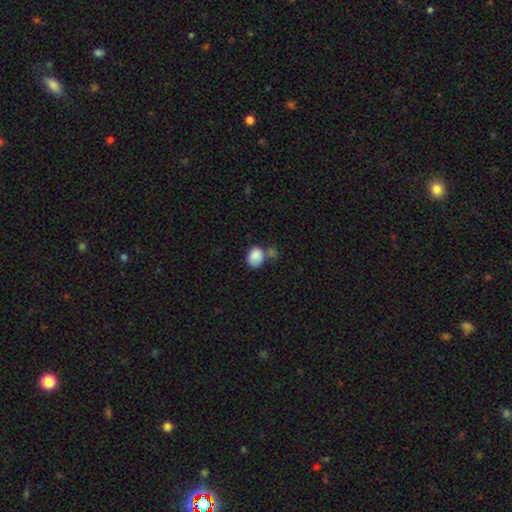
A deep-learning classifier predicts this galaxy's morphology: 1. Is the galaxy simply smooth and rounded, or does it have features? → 85% smooth, 8% star or artifact, 7% featured or disk.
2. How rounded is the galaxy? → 58% in between, 41% round, 1% cigar-shaped.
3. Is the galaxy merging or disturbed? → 37% none, 31% merger, 22% minor disturbance, 11% major disturbance.